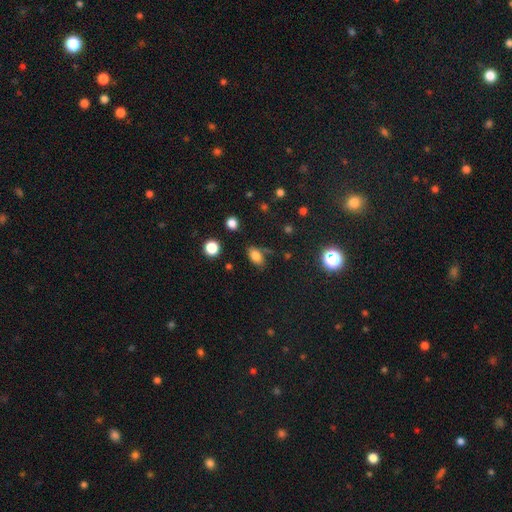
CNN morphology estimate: This is likely a smooth galaxy (78%). How rounded: clearly in between (86%). Merging: likely none (70%).